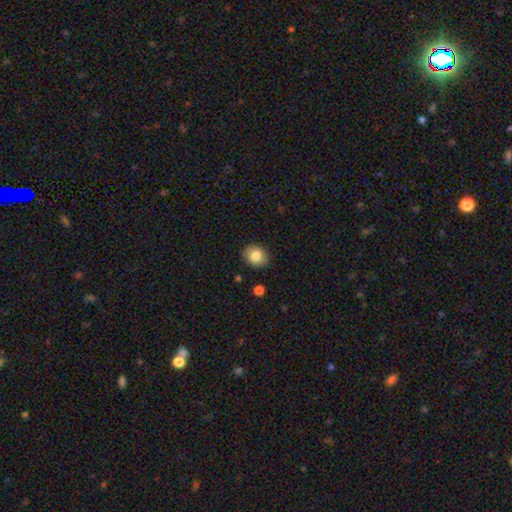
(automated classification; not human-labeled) Overall: smooth (83%). How rounded: round (51%; in between 48%). Merging: none (87%).